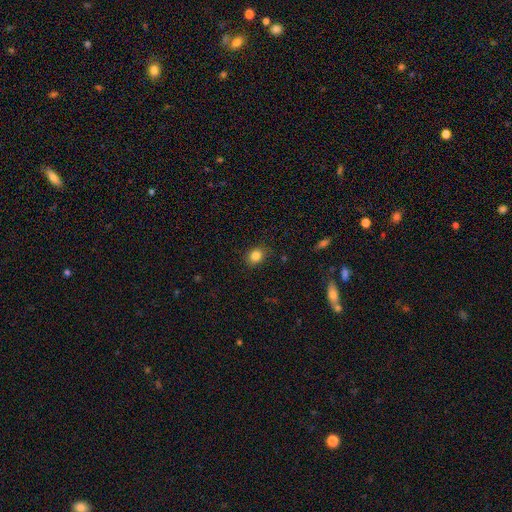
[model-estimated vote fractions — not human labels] Smooth or featured?
  - smooth: 84% *
  - star or artifact: 11%
  - featured or disk: 5%
How rounded?
  - round: 60% *
  - in between: 39%
  - cigar-shaped: 1%
Merging?
  - none: 85% *
  - minor disturbance: 11%
  - major disturbance: 3%
  - merger: 1%